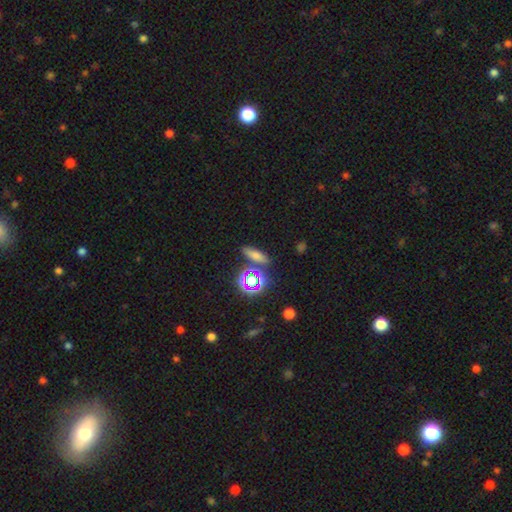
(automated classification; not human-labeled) Q: Smooth or featured?
A: smooth (59%); runner-up: star or artifact (26%)
Q: How rounded?
A: cigar-shaped (49%); runner-up: in between (37%)
Q: Merging?
A: none (78%); runner-up: minor disturbance (10%)